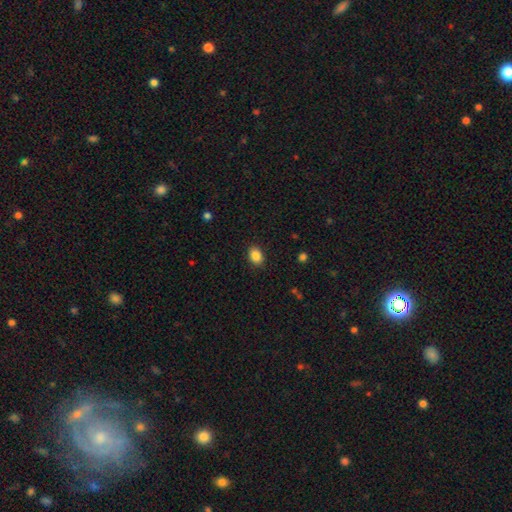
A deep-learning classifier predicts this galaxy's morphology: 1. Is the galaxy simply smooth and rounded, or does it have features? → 87% smooth, 9% star or artifact, 4% featured or disk.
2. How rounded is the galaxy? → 75% in between, 24% round, 1% cigar-shaped.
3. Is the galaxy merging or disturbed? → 89% none, 8% minor disturbance, 2% major disturbance, 1% merger.